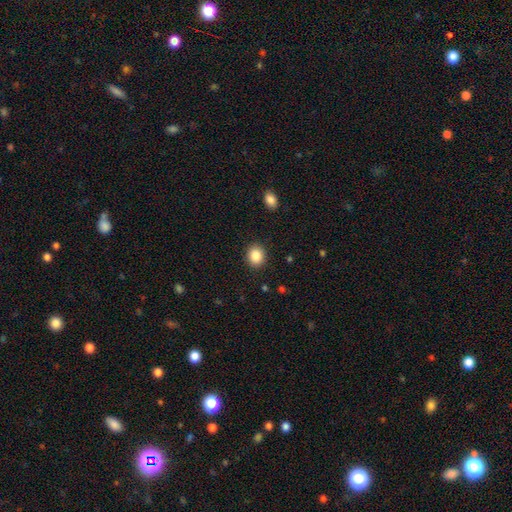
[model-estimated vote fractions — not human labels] Morphology: type=smooth (87%); roundness=round (69%); merging=none (90%).